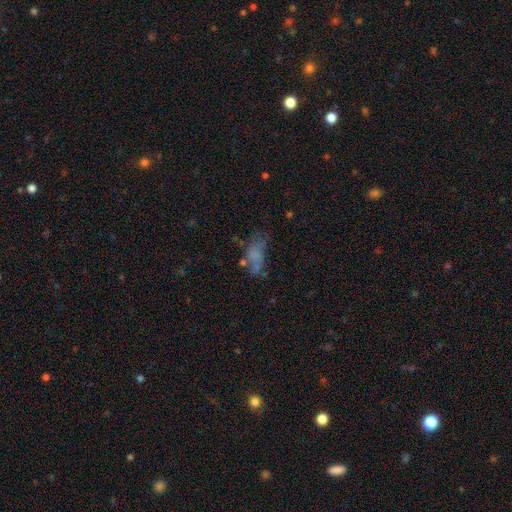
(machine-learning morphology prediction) Overall: smooth (53%; featured or disk 31%). How rounded: in between (80%). Merging: none (38%; major disturbance 26%).